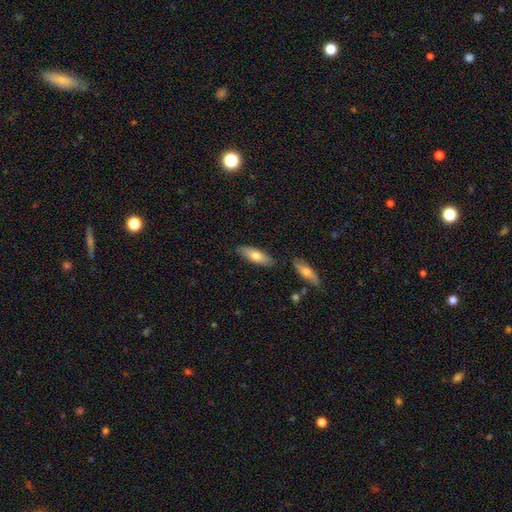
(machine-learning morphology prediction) Smooth or featured?
  - smooth: 70% *
  - featured or disk: 24%
  - star or artifact: 6%
How rounded?
  - in between: 57% *
  - cigar-shaped: 41%
  - round: 2%
Merging?
  - none: 81% *
  - minor disturbance: 11%
  - merger: 5%
  - major disturbance: 2%